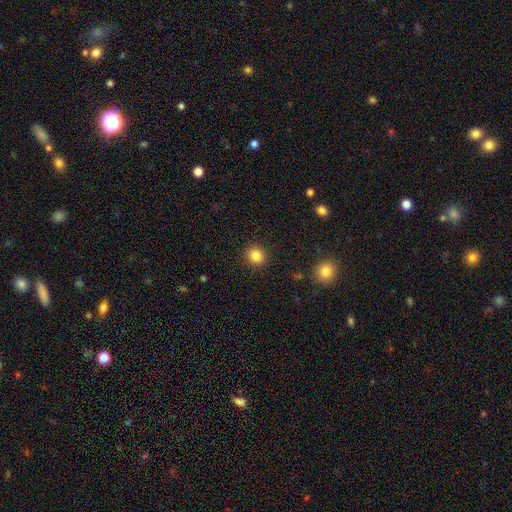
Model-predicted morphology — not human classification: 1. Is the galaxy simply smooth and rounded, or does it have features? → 84% smooth, 11% star or artifact, 5% featured or disk.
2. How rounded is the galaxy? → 90% round, 9% in between, 1% cigar-shaped.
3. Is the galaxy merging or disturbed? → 91% none, 5% minor disturbance, 2% major disturbance, 1% merger.